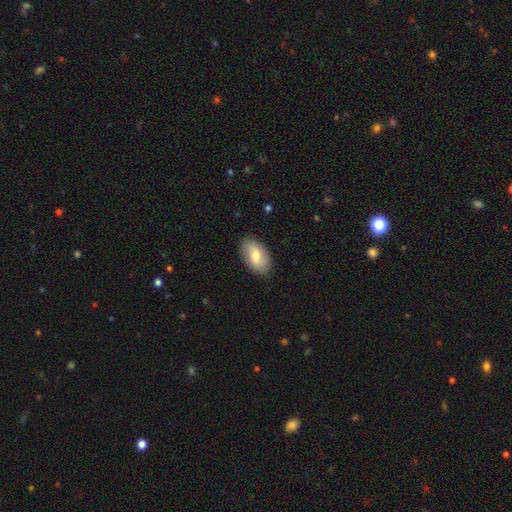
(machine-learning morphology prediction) Overall: smooth (73%). How rounded: in between (94%). Merging: none (85%).